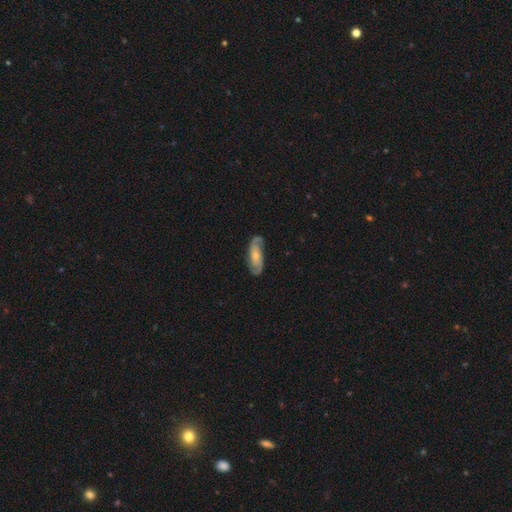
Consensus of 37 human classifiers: Smooth or featured? featured or disk (81%)
Edge-on disk? no (93%)
Bar? no (68%)
Spiral arms? yes (100%)
Spiral winding? tight (54%)
Spiral arm count? 2 (100%)
Bulge size? moderate (50%)
Merging? none (91%)